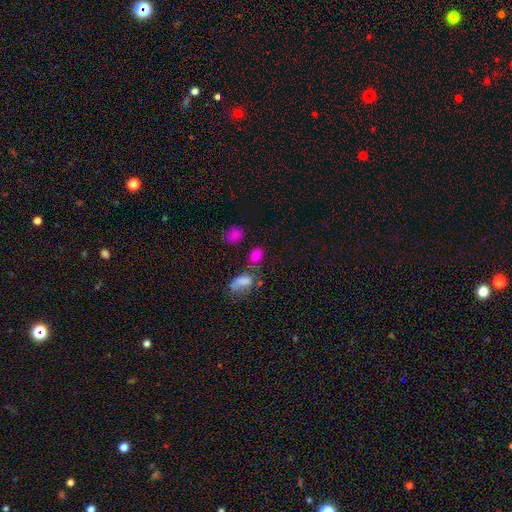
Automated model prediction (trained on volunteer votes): Smooth or featured? Predicted: smooth (p=0.78). How rounded? Predicted: in between (p=0.68). Merging? Predicted: none (p=0.54).